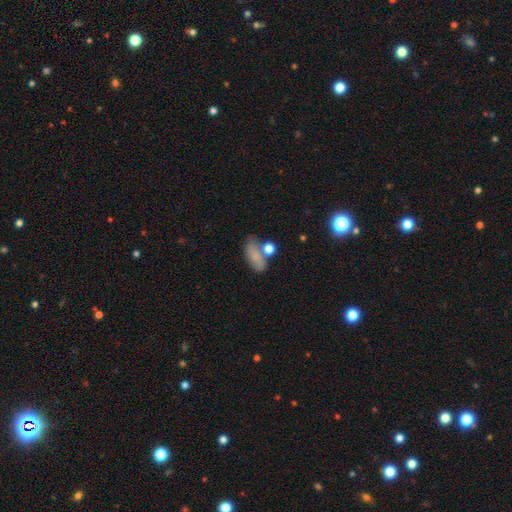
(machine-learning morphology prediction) A smooth galaxy with no disk features (76%) that is in between round and cigar-shaped (79%). Merging: none (49%).